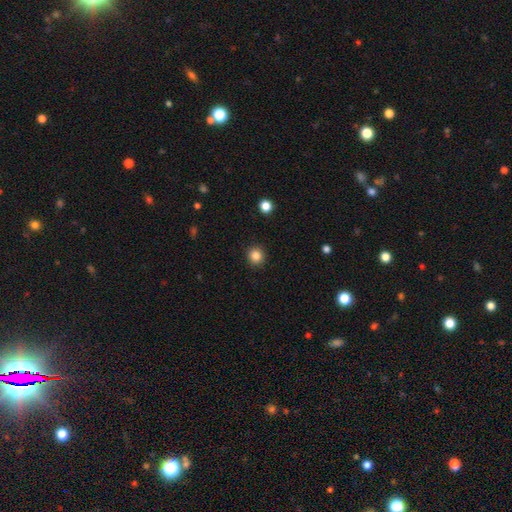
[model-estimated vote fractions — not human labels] This is clearly a smooth galaxy (85%). How rounded: clearly round (91%). Merging: clearly none (92%).